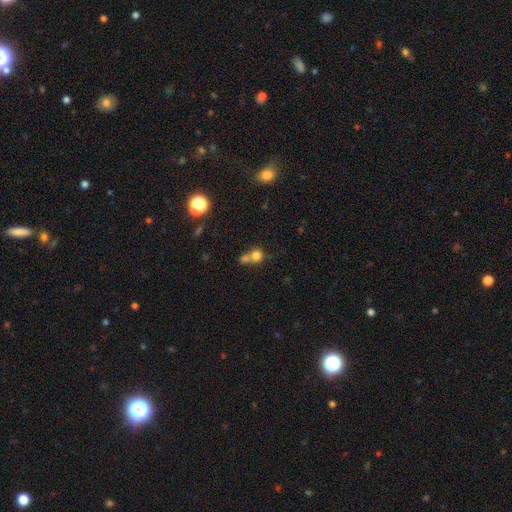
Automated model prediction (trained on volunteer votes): This is likely a smooth galaxy (75%). How rounded: clearly round (84%). Merging: possibly merger (51%).